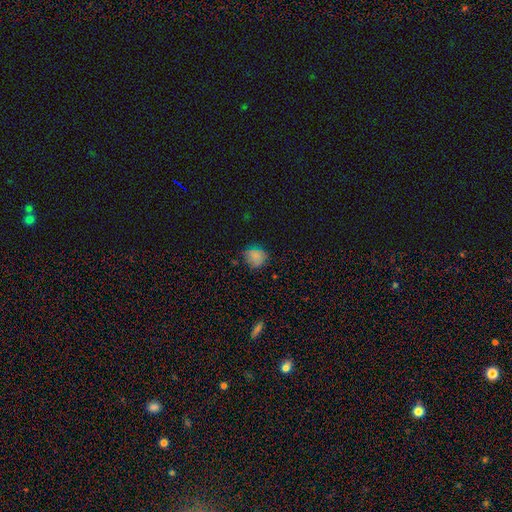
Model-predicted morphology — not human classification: This is likely a smooth galaxy (78%). How rounded: likely round (77%). Merging: likely none (72%).